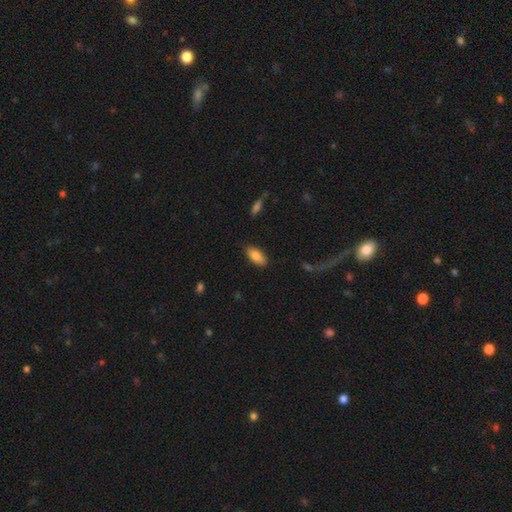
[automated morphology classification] smooth-or-featured: smooth: 82% | featured or disk: 11% | star or artifact: 7%
  how-rounded: in between: 89% | cigar-shaped: 9% | round: 2%
  merging: none: 85% | minor disturbance: 11% | major disturbance: 2% | merger: 1%